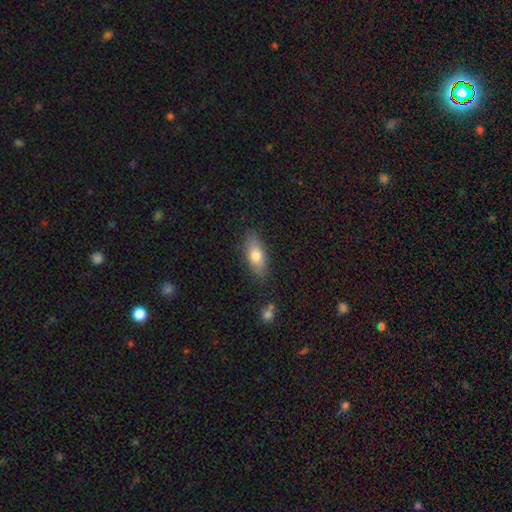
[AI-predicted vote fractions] This appears to be a smooth galaxy with no disk features (73%) that is in between round and cigar-shaped (78%). Merging: none (81%).